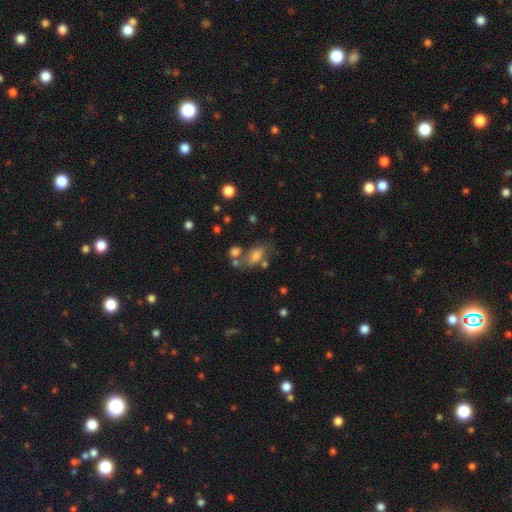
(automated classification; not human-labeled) This appears to be a smooth galaxy with no disk features (63%) that is in between round and cigar-shaped (84%). Merging: none (48%).